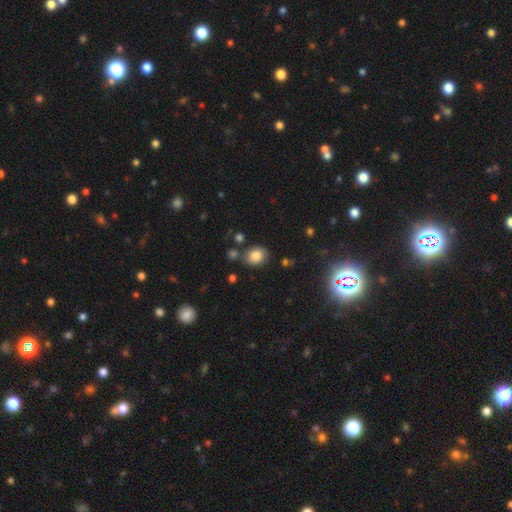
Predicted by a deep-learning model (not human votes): A smooth galaxy with no disk features (81%) that is round (60%). Merging: none (76%).